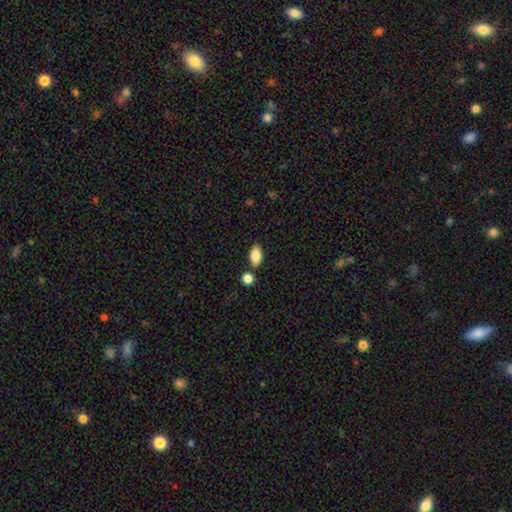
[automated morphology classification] Smooth or featured? Predicted: smooth (p=0.83). How rounded? Predicted: in between (p=0.89). Merging? Predicted: none (p=0.79).